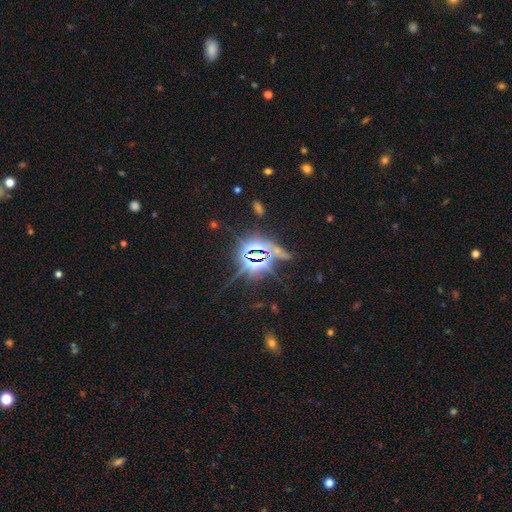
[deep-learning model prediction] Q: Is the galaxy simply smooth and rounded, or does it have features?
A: star or artifact — 80%.